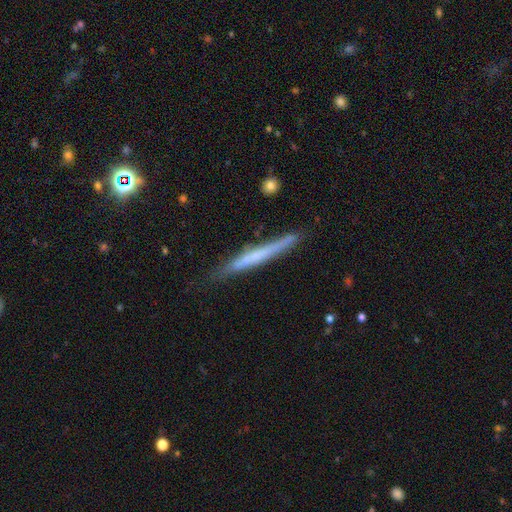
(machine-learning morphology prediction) A featured or disk galaxy (51%) viewed edge-on (95%). Merging: none (78%).